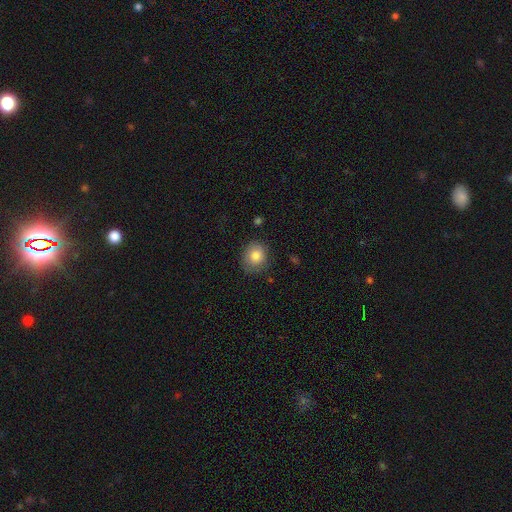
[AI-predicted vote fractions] Q: Smooth or featured?
A: smooth (83%); runner-up: star or artifact (8%)
Q: How rounded?
A: round (72%); runner-up: in between (27%)
Q: Merging?
A: none (77%); runner-up: minor disturbance (18%)